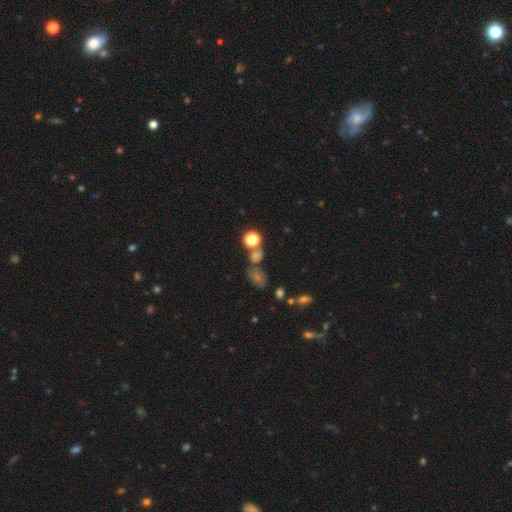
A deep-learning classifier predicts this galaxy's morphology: Smooth or featured? Predicted: smooth (p=0.49). Merging? Predicted: none (p=0.55).